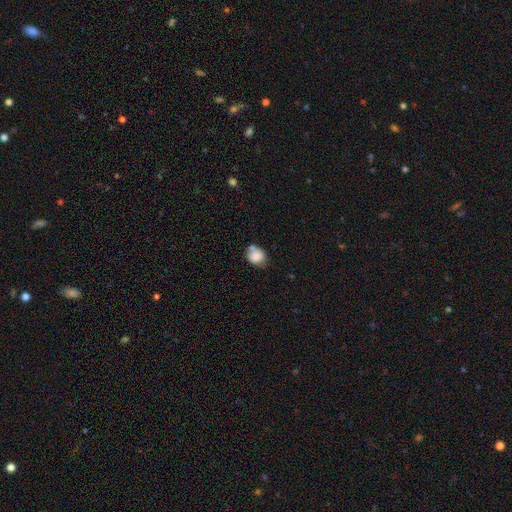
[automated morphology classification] Smooth or featured: smooth — 83% (star or artifact — 9%)
How rounded: round — 59% (in between — 40%)
Merging: none — 55% (minor disturbance — 22%)